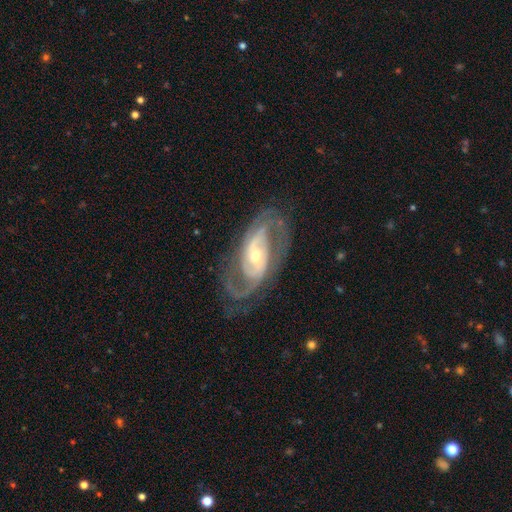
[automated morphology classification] A featured or disk galaxy (91%) with no bar (40%), 2 (72%) medium (48%) spiral arms (97%) and a moderate central bulge (51%). Merging: none (73%).